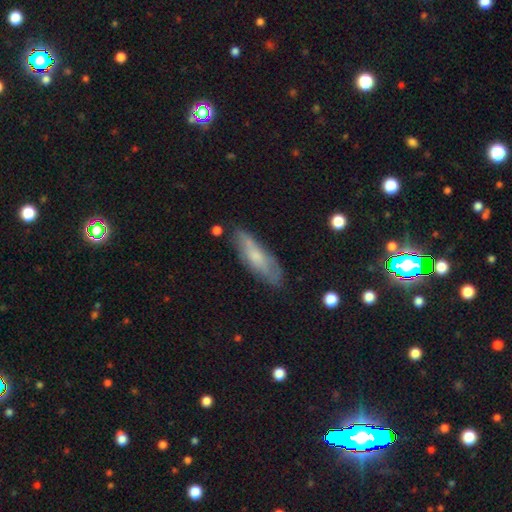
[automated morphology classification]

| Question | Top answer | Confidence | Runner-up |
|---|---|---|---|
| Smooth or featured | smooth | 56% | featured or disk (37%) |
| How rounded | cigar-shaped | 55% | in between (43%) |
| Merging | none | 73% | minor disturbance (20%) |